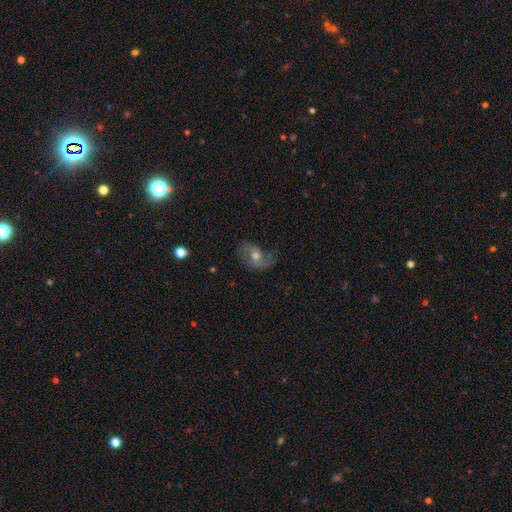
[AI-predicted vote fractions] This is likely a featured or disk galaxy (65%). It is clearly not viewed edge-on (96%). Bar: likely no (64%). Spiral arm pattern: clearly yes (87%). Spiral arm count: likely 2 (74%). Spiral winding: possibly loose (56%). Central bulge: likely moderate (70%). Merging: possibly none (56%).